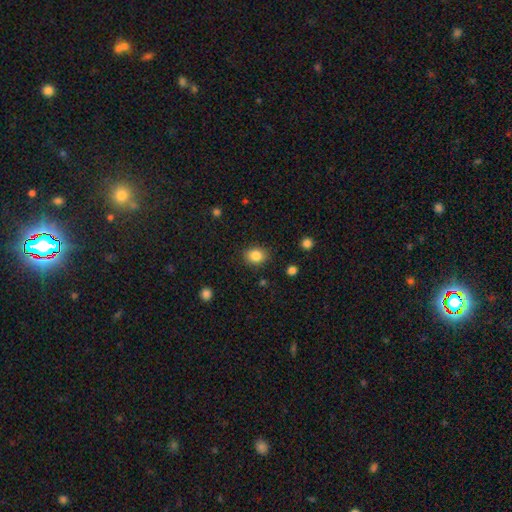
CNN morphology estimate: Smooth or featured: smooth — 85% (star or artifact — 10%)
How rounded: round — 51% (in between — 48%)
Merging: none — 87% (minor disturbance — 9%)